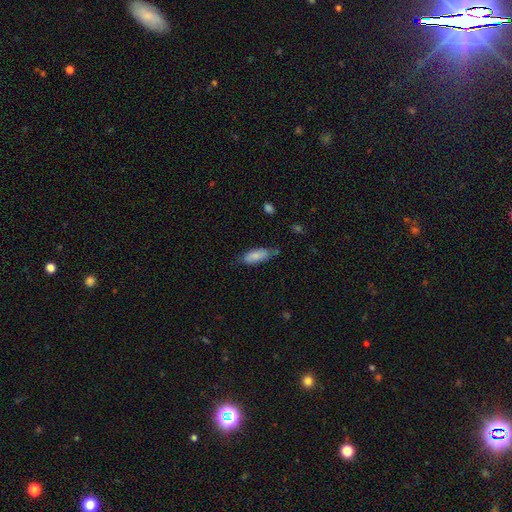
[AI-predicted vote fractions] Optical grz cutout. It shows a smooth galaxy with no disk features (82%) that is in between round and cigar-shaped (72%). Merging: none (61%).